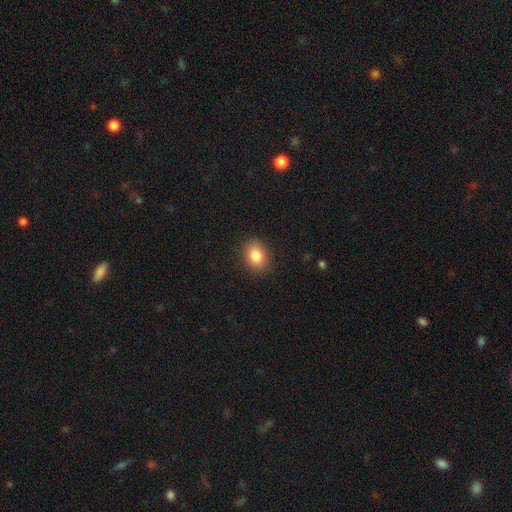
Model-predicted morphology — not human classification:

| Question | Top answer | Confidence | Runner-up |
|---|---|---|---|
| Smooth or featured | smooth | 84% | star or artifact (9%) |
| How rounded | in between | 63% | round (36%) |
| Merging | none | 89% | minor disturbance (8%) |